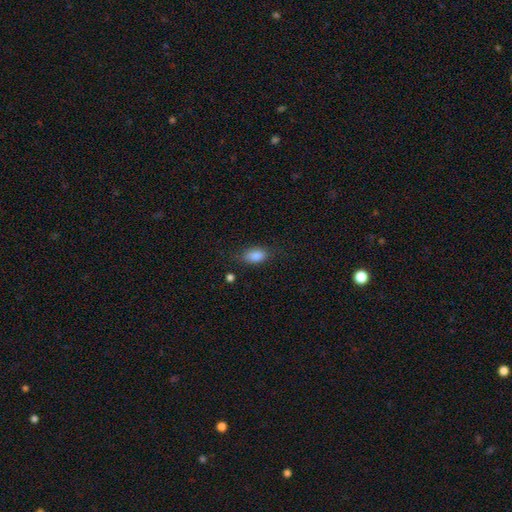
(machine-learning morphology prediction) Overall: smooth (84%). How rounded: in between (87%). Merging: none (76%).